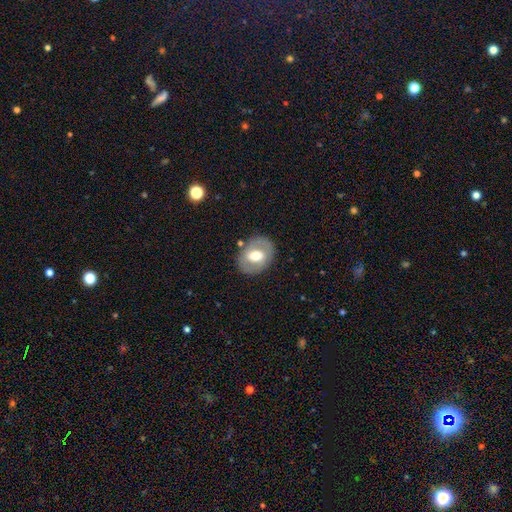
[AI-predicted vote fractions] Q: Smooth or featured?
A: featured or disk (52%); runner-up: smooth (42%)
Q: Edge-on disk?
A: no (94%); runner-up: yes (6%)
Q: Merging?
A: none (80%); runner-up: minor disturbance (12%)